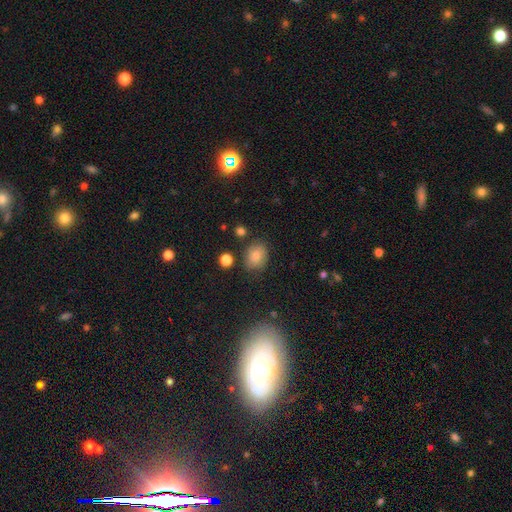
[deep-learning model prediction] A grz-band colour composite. It shows a smooth galaxy with no disk features (74%) that is in between round and cigar-shaped (54%). Merging: none (79%).